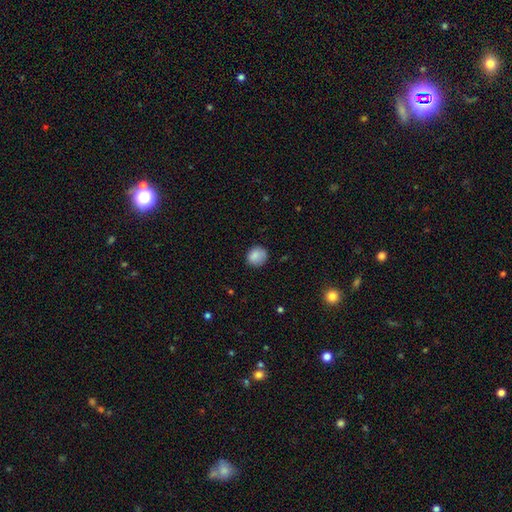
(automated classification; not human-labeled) This appears to be a smooth galaxy with no disk features (86%) that is round (78%). Merging: none (79%).